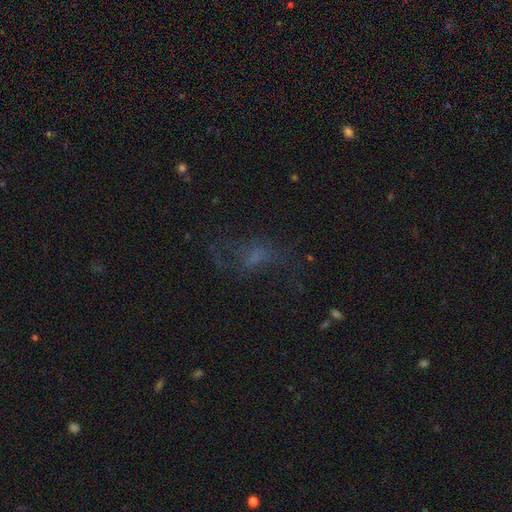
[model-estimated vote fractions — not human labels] This appears to be a smooth galaxy with no disk features (38%). Merging: none (45%).